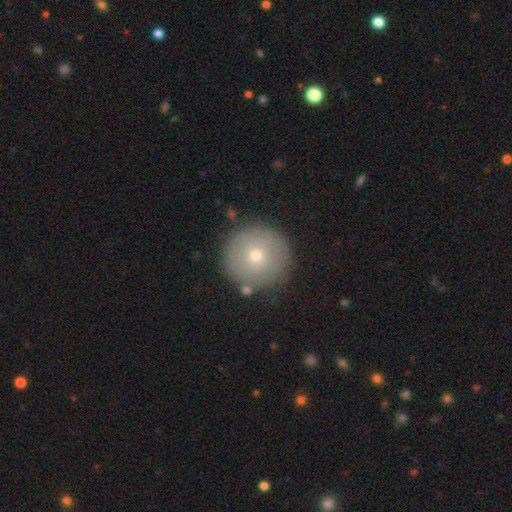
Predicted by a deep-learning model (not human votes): A smooth galaxy with no disk features (68%) that is round (96%).

Vote fractions:
- Smooth or featured? smooth: 68% / featured or disk: 22% / star or artifact: 10%
- How rounded? round: 96% / in between: 3% / cigar-shaped: 1%
- Merging? none: 86% / minor disturbance: 9% / merger: 3% / major disturbance: 3%